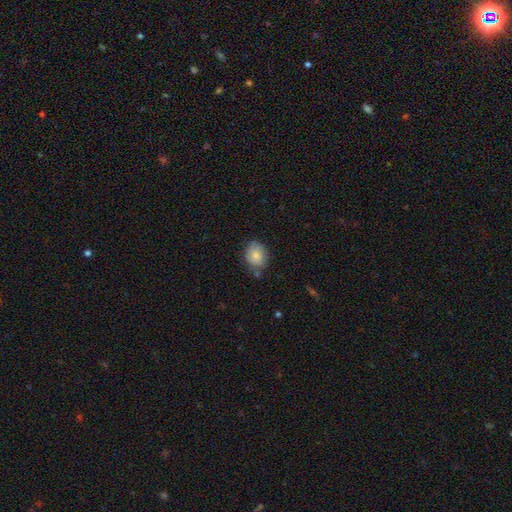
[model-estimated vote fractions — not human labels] A smooth galaxy with no disk features (80%) that is round (50%). Merging: none (68%).